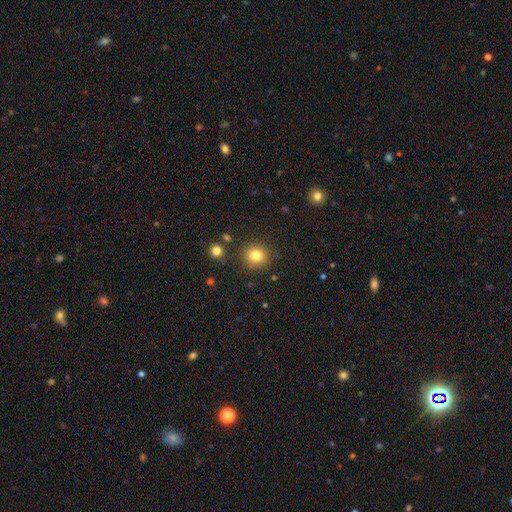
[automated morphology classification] Overall: smooth (81%). How rounded: round (88%). Merging: none (86%).